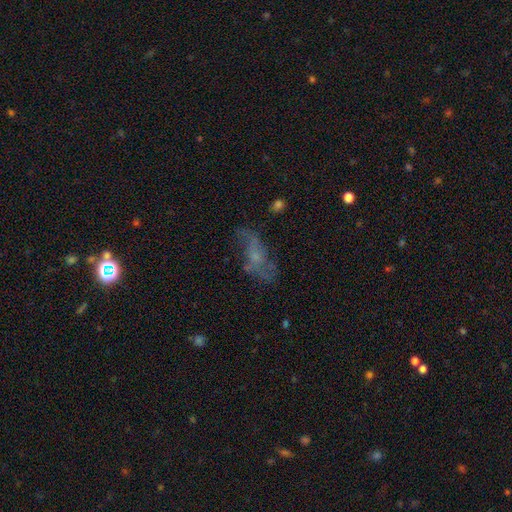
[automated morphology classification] Smooth or featured? featured or disk (55%)
Edge-on disk? no (88%)
Merging? none (54%)